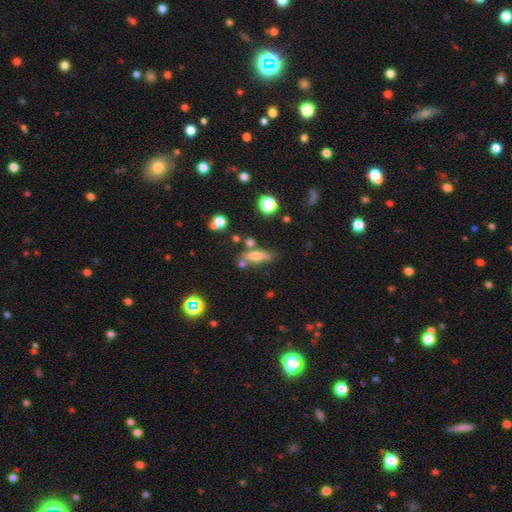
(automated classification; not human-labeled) Smooth or featured?
  - smooth: 61% *
  - featured or disk: 28%
  - star or artifact: 11%
How rounded?
  - in between: 51% *
  - cigar-shaped: 44%
  - round: 5%
Merging?
  - none: 64% *
  - minor disturbance: 17%
  - merger: 14%
  - major disturbance: 6%